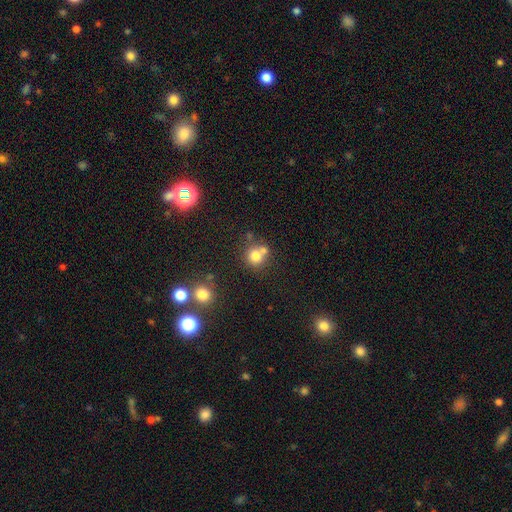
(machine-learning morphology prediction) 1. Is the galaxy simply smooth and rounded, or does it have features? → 76% smooth, 13% star or artifact, 11% featured or disk.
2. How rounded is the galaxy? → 87% round, 12% in between, 1% cigar-shaped.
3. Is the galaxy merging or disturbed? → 51% none, 35% merger, 9% minor disturbance, 4% major disturbance.